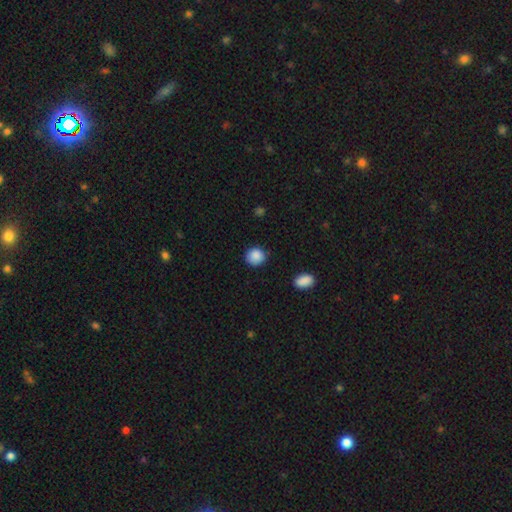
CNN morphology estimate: A smooth galaxy with no disk features (88%) that is round (86%).

Vote fractions:
- Smooth or featured? smooth: 88% / star or artifact: 8% / featured or disk: 3%
- How rounded? round: 86% / in between: 13% / cigar-shaped: 1%
- Merging? none: 83% / minor disturbance: 12% / major disturbance: 3% / merger: 2%